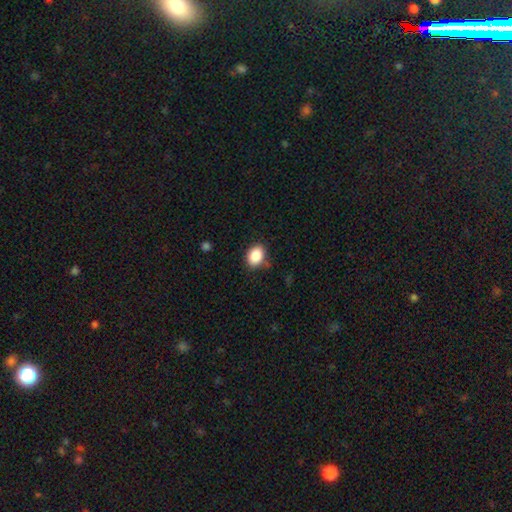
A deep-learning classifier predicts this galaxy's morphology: Overall: smooth (88%). How rounded: in between (68%; round 31%). Merging: none (83%).